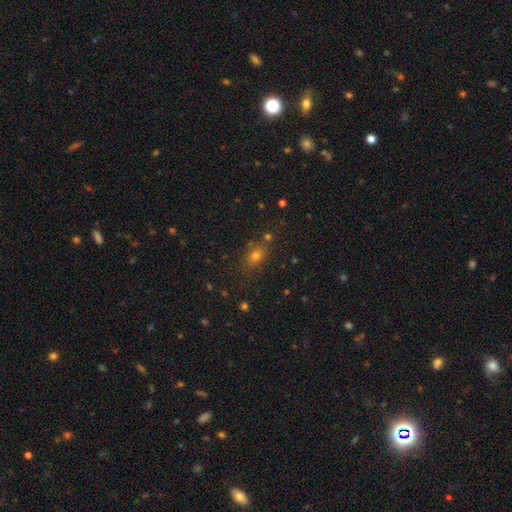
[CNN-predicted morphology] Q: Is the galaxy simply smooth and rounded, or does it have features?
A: smooth — 66%.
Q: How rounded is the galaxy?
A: in between — 51%.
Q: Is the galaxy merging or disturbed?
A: none — 75%.